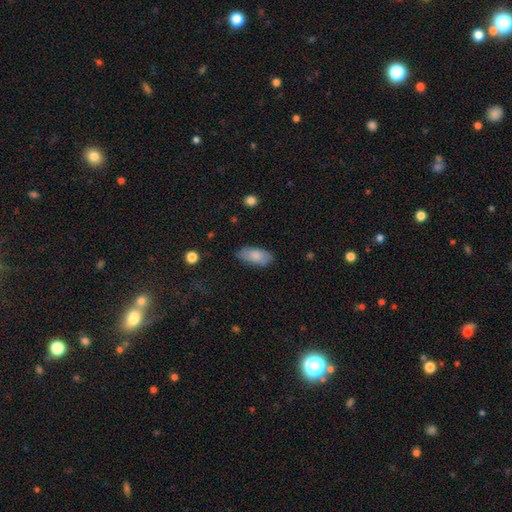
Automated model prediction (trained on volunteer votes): The model was most divided on "merging": none: 80%, minor disturbance: 16%, major disturbance: 3%, merger: 1%. More confident: how rounded — in between (89%); smooth or featured — smooth (79%).